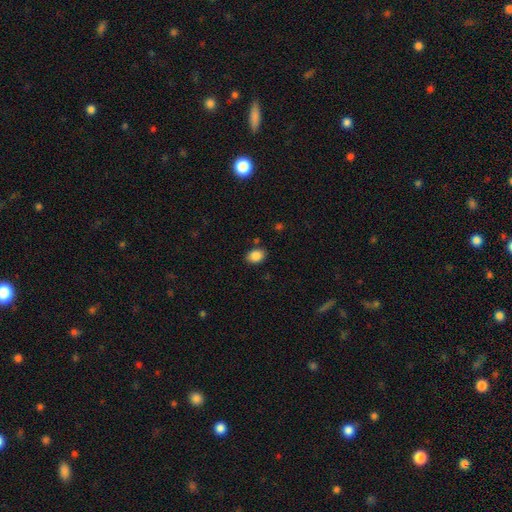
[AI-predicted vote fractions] The model was most divided on "how rounded": in between: 75%, round: 24%, cigar-shaped: 1%. More confident: smooth or featured — smooth (87%); merging — none (84%).